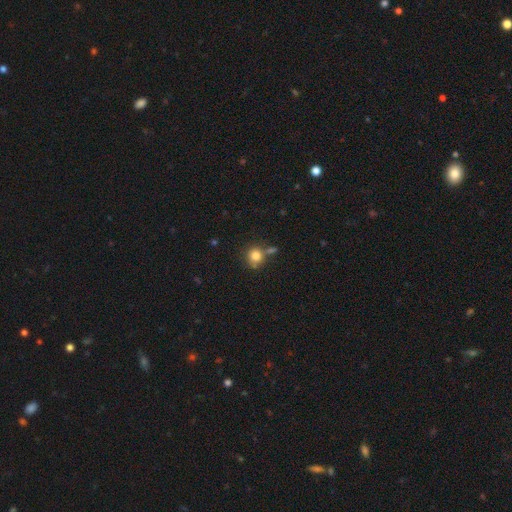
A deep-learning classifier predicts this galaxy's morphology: This appears to be a smooth galaxy with no disk features (81%) that is round (88%). Merging: none (64%).